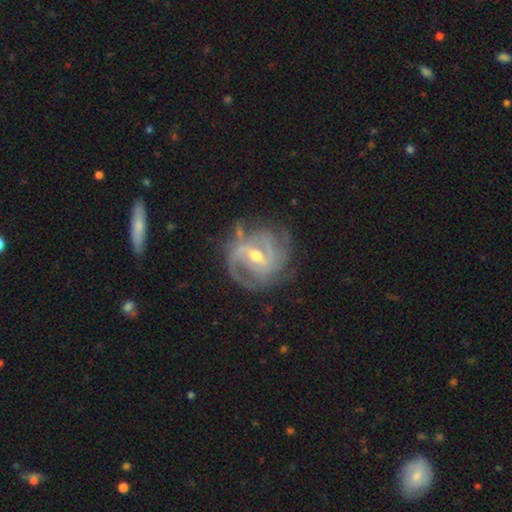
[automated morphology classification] Q: Smooth or featured?
A: featured or disk (88%); runner-up: smooth (6%)
Q: Edge-on disk?
A: no (97%); runner-up: yes (3%)
Q: Bar?
A: weak (46%); runner-up: strong (33%)
Q: Spiral arms?
A: yes (96%); runner-up: no (4%)
Q: Spiral winding?
A: tight (49%); runner-up: medium (39%)
Q: Spiral arm count?
A: 2 (33%); runner-up: 3 (30%)
Q: Bulge size?
A: moderate (59%); runner-up: small (37%)
Q: Merging?
A: none (69%); runner-up: minor disturbance (19%)